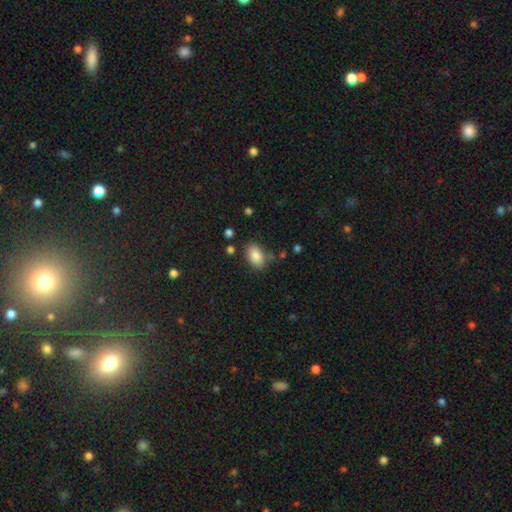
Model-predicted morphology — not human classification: smooth-or-featured: smooth: 86% | star or artifact: 8% | featured or disk: 6%
  how-rounded: in between: 89% | round: 10% | cigar-shaped: 1%
  merging: none: 77% | minor disturbance: 15% | major disturbance: 4% | merger: 4%